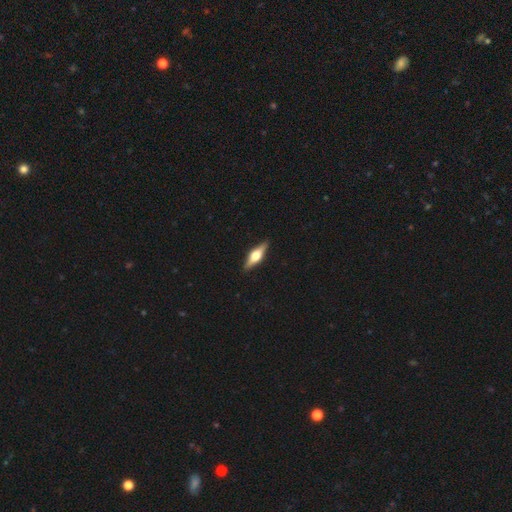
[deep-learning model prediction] A featured or disk galaxy (65%) viewed edge-on (96%) with a rounded central bulge (94%).

Vote fractions:
- Smooth or featured? featured or disk: 65% / smooth: 30% / star or artifact: 6%
- Edge-on disk? yes: 96% / no: 4%
- Edge-on bulge? rounded: 94% / boxy: 5% / none: 1%
- Merging? none: 90% / minor disturbance: 8% / major disturbance: 2% / merger: 1%